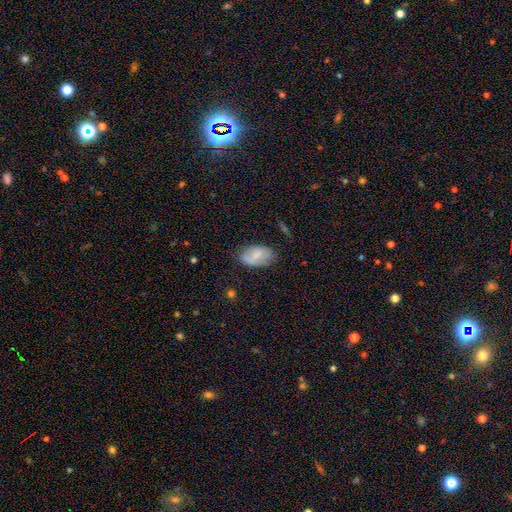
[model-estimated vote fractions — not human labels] smooth-or-featured: smooth: 70% | featured or disk: 23% | star or artifact: 7%
  how-rounded: in between: 93% | round: 5% | cigar-shaped: 2%
  merging: none: 73% | minor disturbance: 21% | major disturbance: 5% | merger: 2%